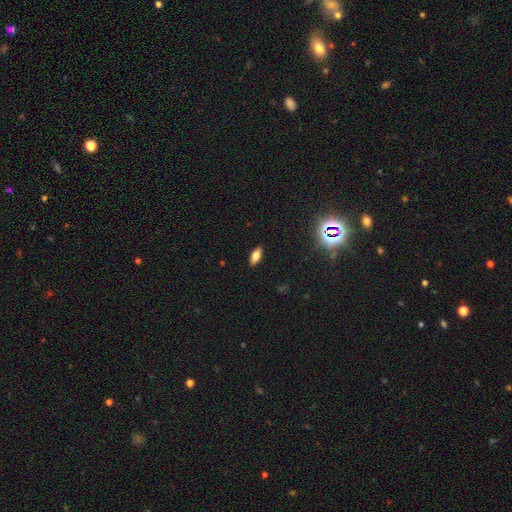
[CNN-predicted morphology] type=smooth (69%); roundness=in between (80%); merging=none (89%).